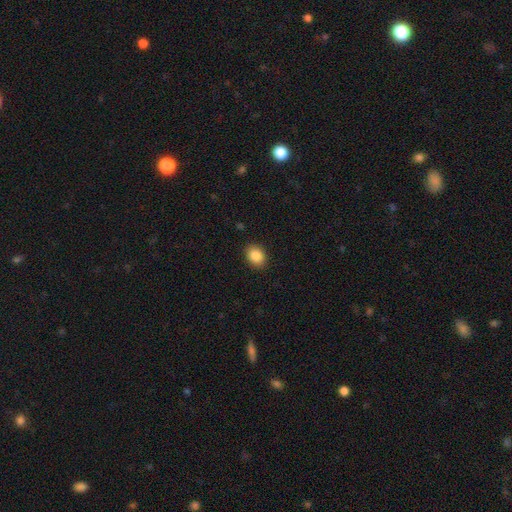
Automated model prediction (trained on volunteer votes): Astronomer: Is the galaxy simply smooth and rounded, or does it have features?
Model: smooth — 87%.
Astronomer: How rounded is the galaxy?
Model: in between — 64%.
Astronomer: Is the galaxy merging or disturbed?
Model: none — 88%.